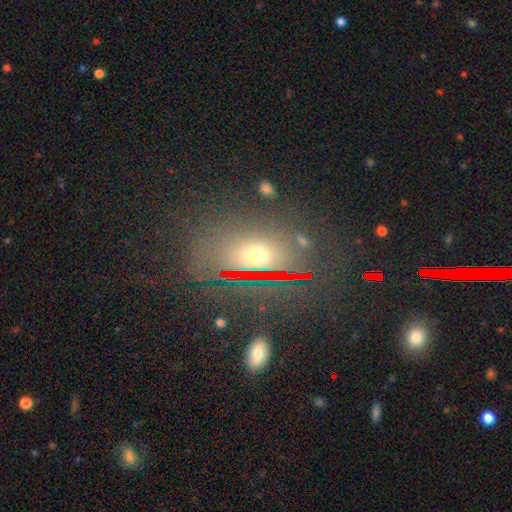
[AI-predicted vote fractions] Smooth or featured? Predicted: smooth (p=0.44). Merging? Predicted: none (p=0.71).